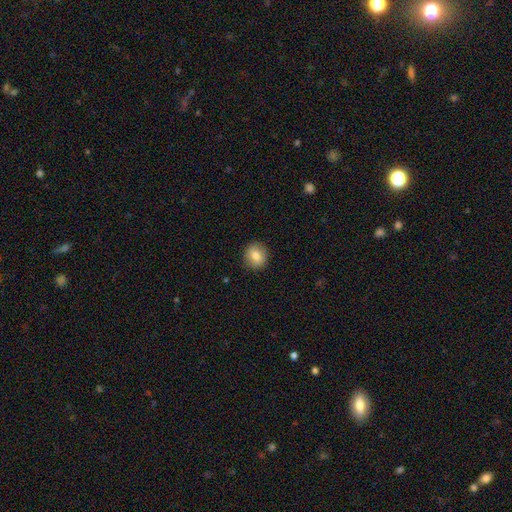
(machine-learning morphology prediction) Overall: smooth (81%). How rounded: round (80%). Merging: none (89%).